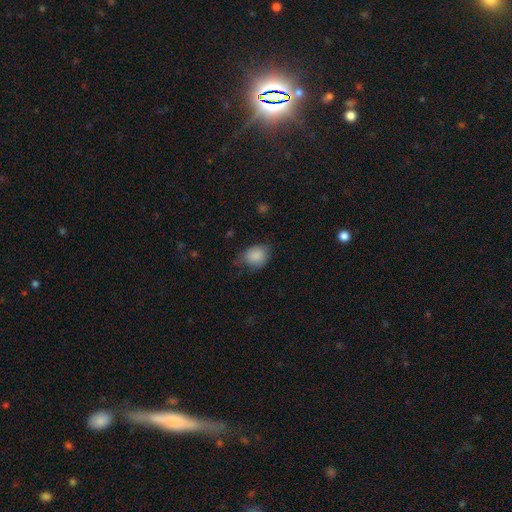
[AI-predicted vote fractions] This appears to be a smooth galaxy with no disk features (86%) that is in between round and cigar-shaped (51%). Merging: none (59%).